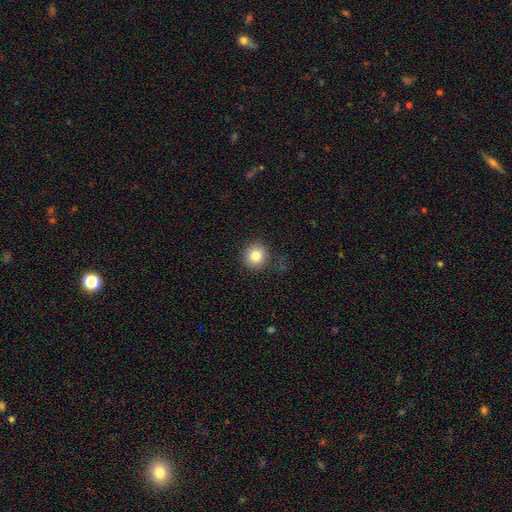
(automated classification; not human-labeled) smooth-or-featured: smooth: 83% | star or artifact: 10% | featured or disk: 7%
  how-rounded: round: 92% | in between: 7% | cigar-shaped: 1%
  merging: none: 86% | minor disturbance: 10% | major disturbance: 3% | merger: 1%